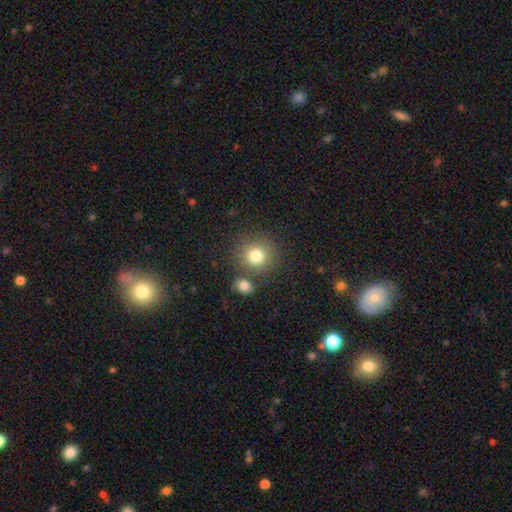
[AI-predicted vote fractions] This is likely a smooth galaxy (80%). How rounded: clearly round (88%). Merging: likely none (75%).